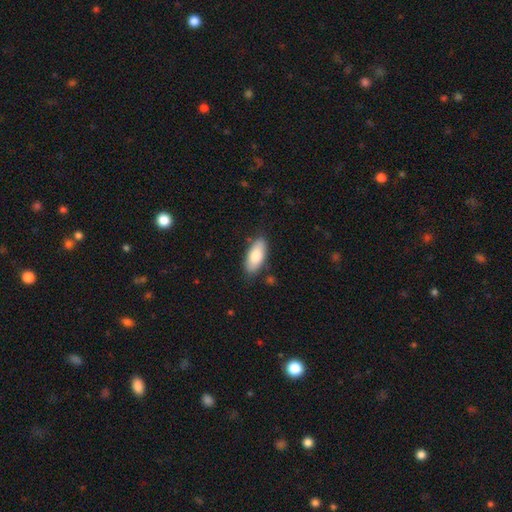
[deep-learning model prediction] This is clearly a smooth galaxy (84%). How rounded: clearly in between (86%). Merging: clearly none (80%).